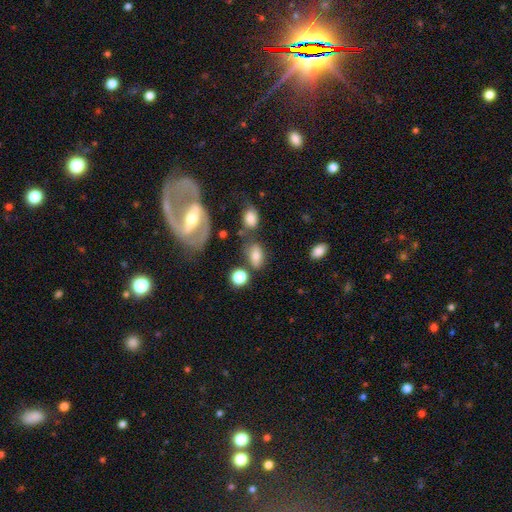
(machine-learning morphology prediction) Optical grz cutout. It shows a smooth galaxy with no disk features (70%) that is in between round and cigar-shaped (82%). Merging: none (54%).